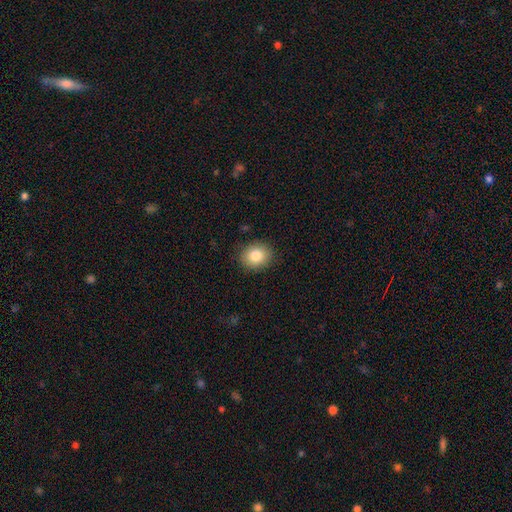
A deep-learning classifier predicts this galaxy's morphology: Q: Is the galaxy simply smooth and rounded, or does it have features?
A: smooth — 84%.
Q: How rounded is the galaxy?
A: round — 60%.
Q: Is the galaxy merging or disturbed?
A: none — 88%.